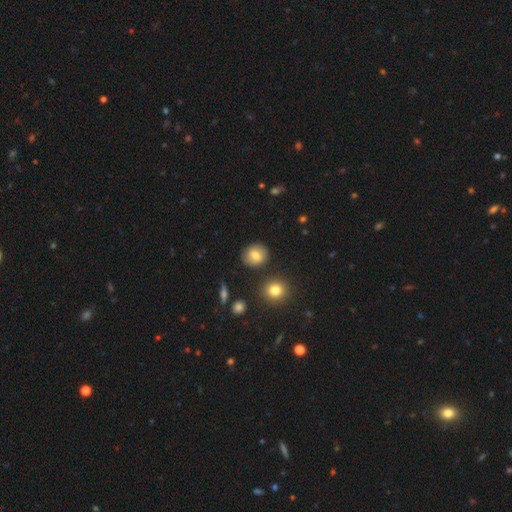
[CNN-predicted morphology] The model was most divided on "how rounded": round: 76%, in between: 22%, cigar-shaped: 1%. More confident: merging — none (86%); smooth or featured — smooth (77%).